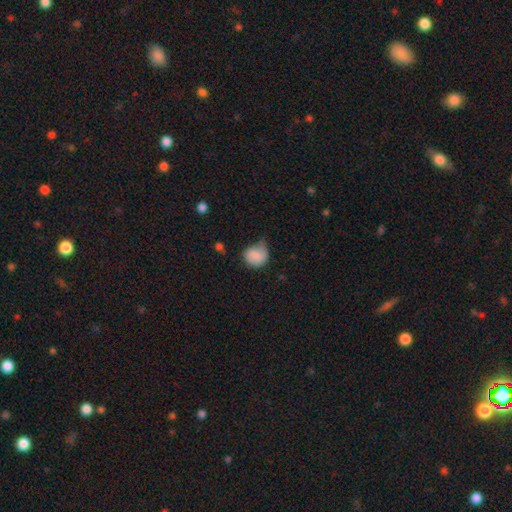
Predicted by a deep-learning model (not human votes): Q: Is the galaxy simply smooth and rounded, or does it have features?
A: smooth — 82%.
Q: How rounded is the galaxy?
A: round — 72%.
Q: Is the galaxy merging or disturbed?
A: minor disturbance — 43%.